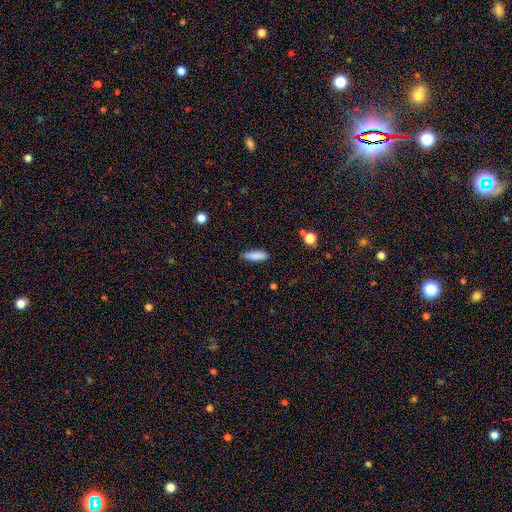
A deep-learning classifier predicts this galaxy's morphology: A smooth galaxy with no disk features (86%) that is in between round and cigar-shaped (58%).

Vote fractions:
- Smooth or featured? smooth: 86% / star or artifact: 8% / featured or disk: 6%
- How rounded? in between: 58% / cigar-shaped: 40% / round: 2%
- Merging? none: 77% / minor disturbance: 18% / major disturbance: 3% / merger: 2%